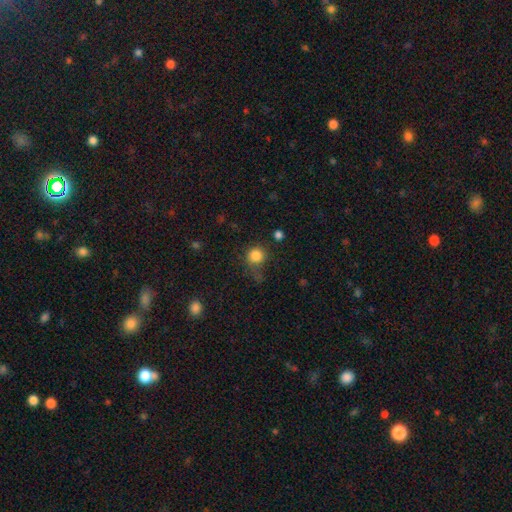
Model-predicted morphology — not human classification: Overall: smooth (84%). How rounded: round (90%). Merging: none (65%).